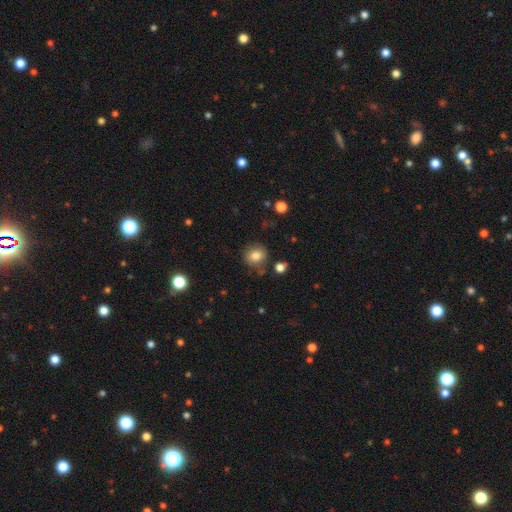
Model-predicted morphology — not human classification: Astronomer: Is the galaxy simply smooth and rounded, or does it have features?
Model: smooth — 81%.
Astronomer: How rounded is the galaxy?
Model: round — 78%.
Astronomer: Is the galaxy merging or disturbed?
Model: none — 79%.